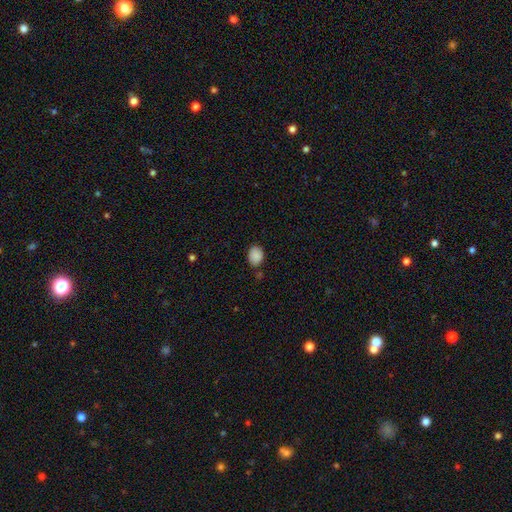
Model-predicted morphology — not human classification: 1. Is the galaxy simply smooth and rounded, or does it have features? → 88% smooth, 9% star or artifact, 4% featured or disk.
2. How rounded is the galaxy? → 55% in between, 44% round, 1% cigar-shaped.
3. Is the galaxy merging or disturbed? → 74% none, 17% minor disturbance, 5% merger, 4% major disturbance.